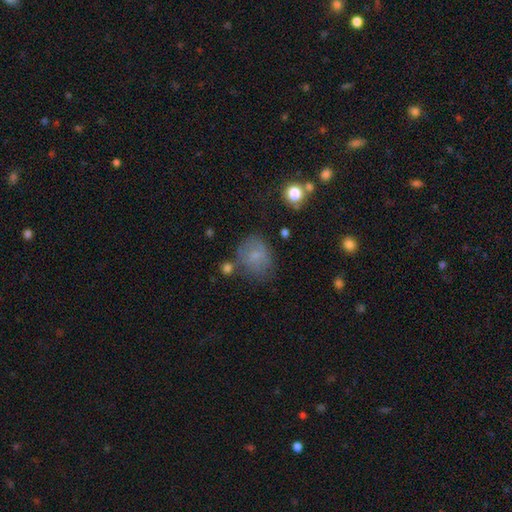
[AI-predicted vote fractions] smooth_or_featured: smooth (p=0.70) [alt: featured or disk p=0.18]
how_rounded: round (p=0.67) [alt: in between p=0.32]
merging: none (p=0.60) [alt: minor disturbance p=0.23]